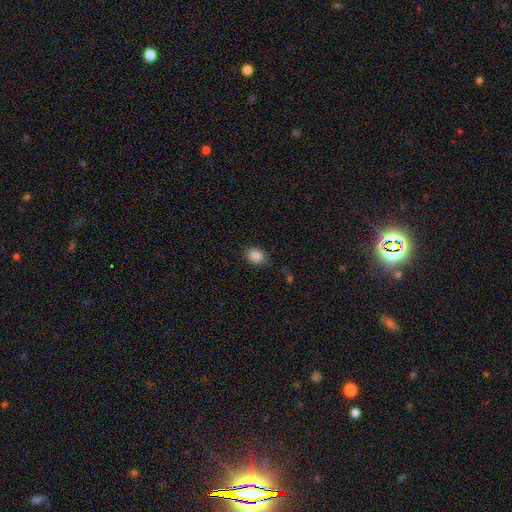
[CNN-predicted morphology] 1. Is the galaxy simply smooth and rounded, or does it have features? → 87% smooth, 9% star or artifact, 4% featured or disk.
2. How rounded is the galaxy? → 74% in between, 25% round, 1% cigar-shaped.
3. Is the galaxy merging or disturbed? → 79% none, 15% minor disturbance, 4% major disturbance, 2% merger.